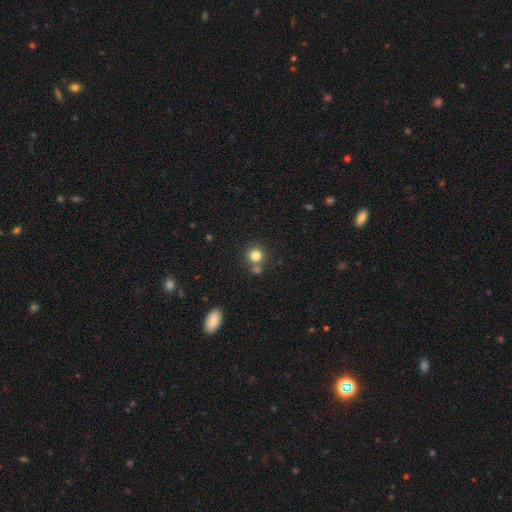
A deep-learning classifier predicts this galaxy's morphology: Smooth or featured? Predicted: smooth (p=0.81). How rounded? Predicted: round (p=0.91). Merging? Predicted: none (p=0.67).